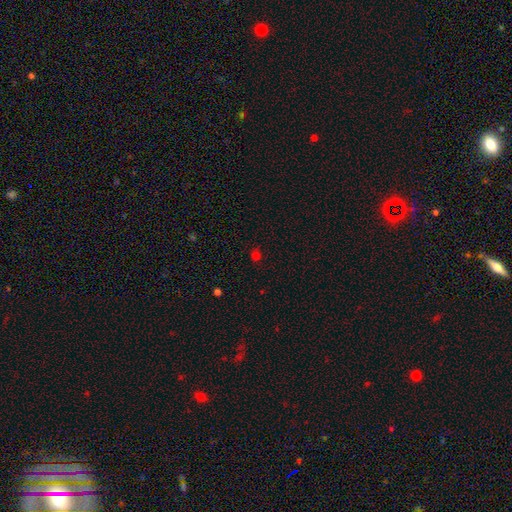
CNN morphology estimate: smooth_or_featured: smooth (p=0.64) [alt: star or artifact p=0.32]
how_rounded: round (p=0.77) [alt: in between p=0.22]
merging: none (p=0.83) [alt: minor disturbance p=0.11]